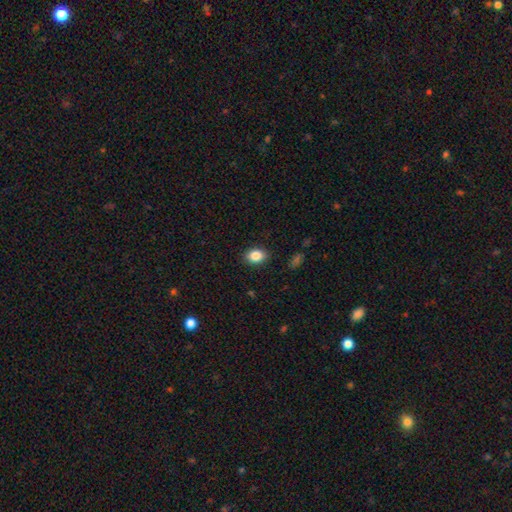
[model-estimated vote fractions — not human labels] Morphology: type=smooth (86%); roundness=in between (73%); merging=none (88%).